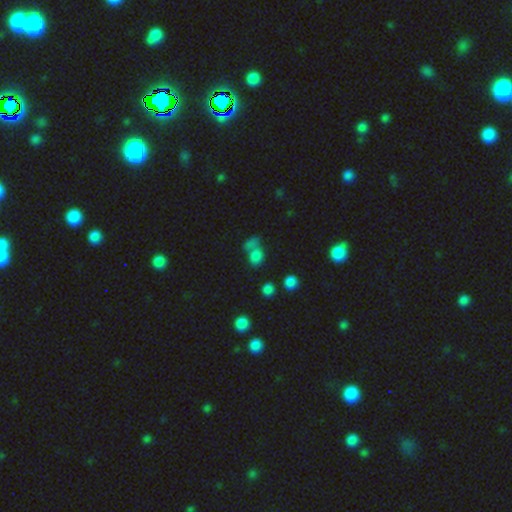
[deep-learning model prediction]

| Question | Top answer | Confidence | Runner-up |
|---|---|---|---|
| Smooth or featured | smooth | 73% | star or artifact (18%) |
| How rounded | in between | 49% | tied: round (49%) |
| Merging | none | 39% | tied: merger (39%) |